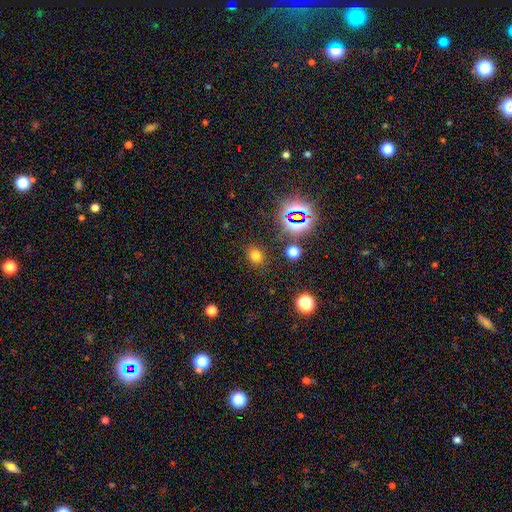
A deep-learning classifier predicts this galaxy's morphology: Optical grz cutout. It shows a smooth galaxy with no disk features (69%) that is round (61%). Merging: none (84%).